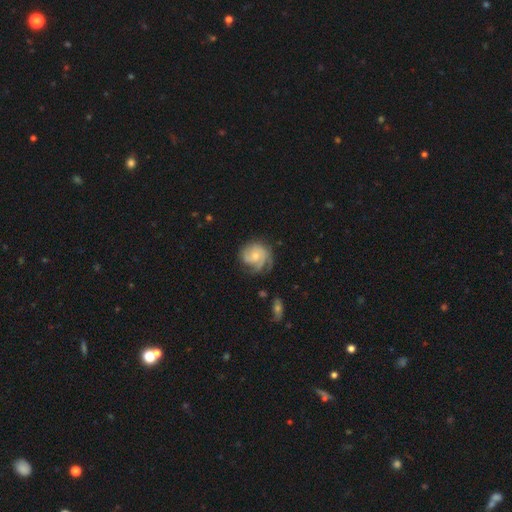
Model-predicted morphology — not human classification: smooth-or-featured: featured or disk: 72% | smooth: 21% | star or artifact: 6%
  disk-edge-on: no: 98% | yes: 2%
    bar: no: 74% | weak: 22% | strong: 3%
    has-spiral-arms: yes: 92% | no: 8%
      spiral-winding: tight: 57% | medium: 31% | loose: 12%
      spiral-arm-count: can't tell: 27% | 2: 26% | 3: 25% | 1: 12% | 4: 6% | more than 4: 4%
    bulge-size: small: 50% | moderate: 42% | none: 4% | large: 3% | dominant: 1%
  merging: none: 59% | minor disturbance: 23% | major disturbance: 16% | merger: 2%